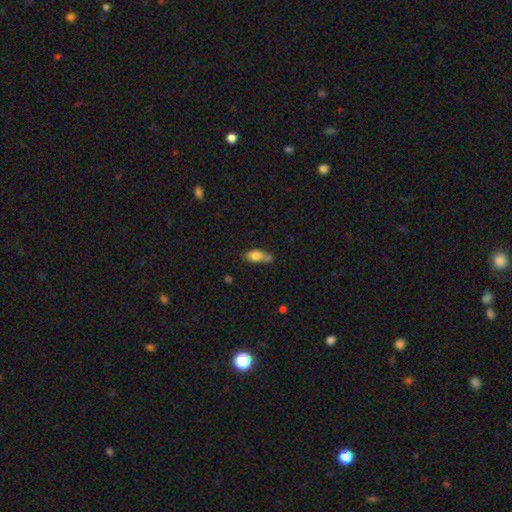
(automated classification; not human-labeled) smooth-or-featured: smooth: 78% | featured or disk: 13% | star or artifact: 9%
  how-rounded: in between: 81% | round: 12% | cigar-shaped: 7%
  merging: none: 36% | merger: 33% | minor disturbance: 23% | major disturbance: 9%